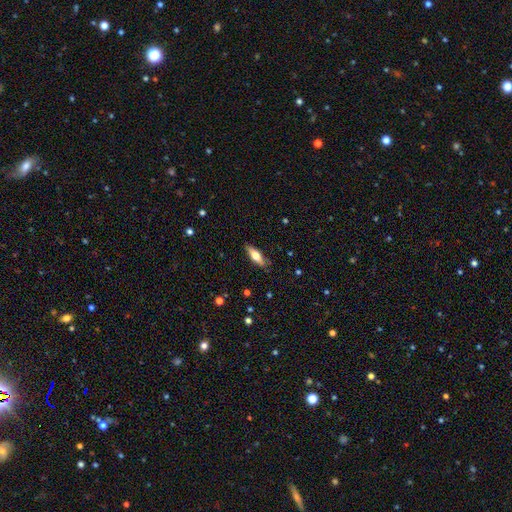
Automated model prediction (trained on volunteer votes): Smooth or featured: smooth — 61% (featured or disk — 33%)
How rounded: in between — 55% (cigar-shaped — 43%)
Merging: none — 84% (minor disturbance — 12%)